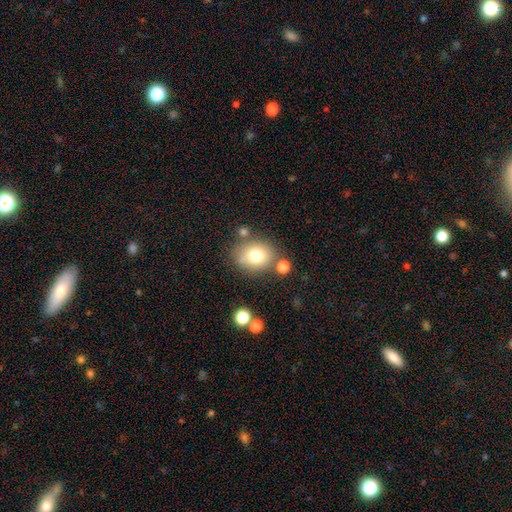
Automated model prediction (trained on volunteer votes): This is likely a smooth galaxy (76%). How rounded: possibly round (56%). Merging: likely none (72%).